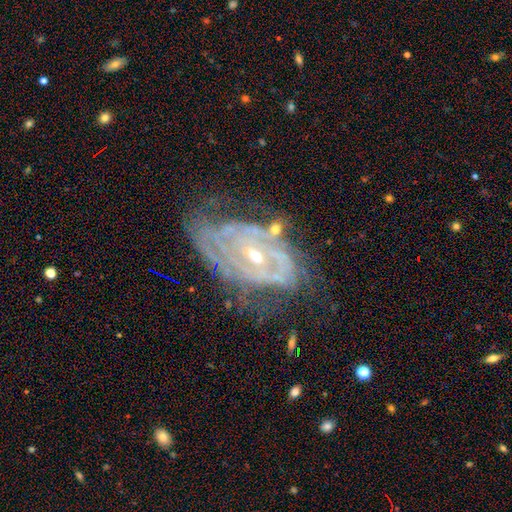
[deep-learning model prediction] Smooth or featured: featured or disk — 86% (smooth — 7%)
Edge-on disk: no — 95% (yes — 5%)
Bar: no — 42% (weak — 38%)
Spiral arms: yes — 89% (no — 11%)
Spiral winding: tight — 67% (medium — 25%)
Spiral arm count: can't tell — 39% (2 — 30%)
Bulge size: small — 62% (moderate — 35%)
Merging: none — 53% (minor disturbance — 26%)